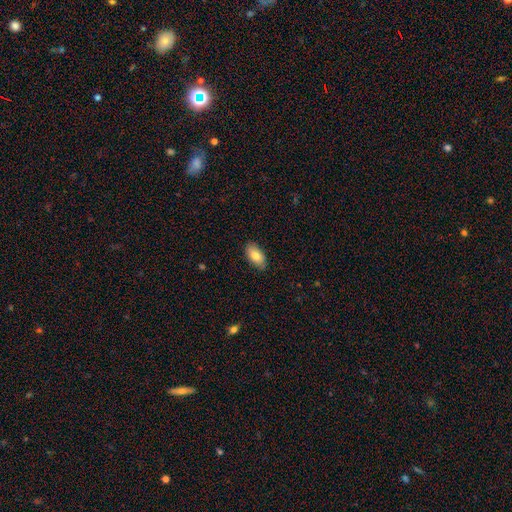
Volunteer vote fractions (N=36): Morphology: type=smooth (89%); roundness=in between (97%); merging=none (89%).